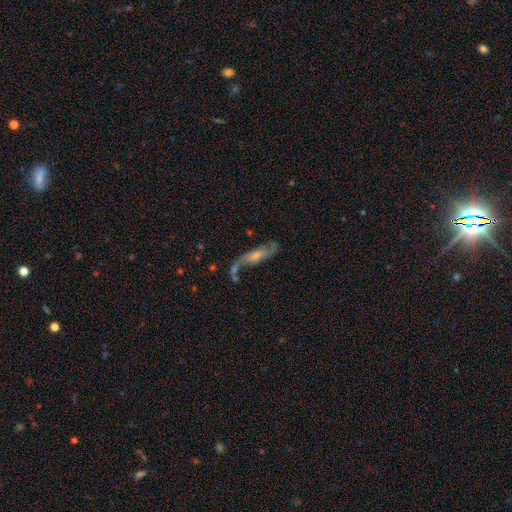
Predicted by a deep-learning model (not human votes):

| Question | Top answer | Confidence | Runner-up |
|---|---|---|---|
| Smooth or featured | featured or disk | 70% | smooth (22%) |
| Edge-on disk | no | 82% | yes (18%) |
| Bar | no | 58% | weak (32%) |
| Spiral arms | yes | 87% | no (13%) |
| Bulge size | small | 45% | moderate (41%) |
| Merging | none | 48% | minor disturbance (20%) |